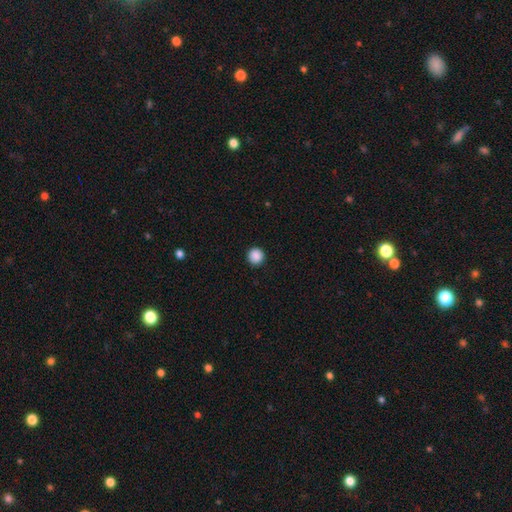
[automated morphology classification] A smooth galaxy with no disk features (89%) that is round (95%).

Vote fractions:
- Smooth or featured? smooth: 89% / star or artifact: 9% / featured or disk: 2%
- How rounded? round: 95% / in between: 4% / cigar-shaped: 1%
- Merging? none: 92% / minor disturbance: 5% / major disturbance: 2% / merger: 1%